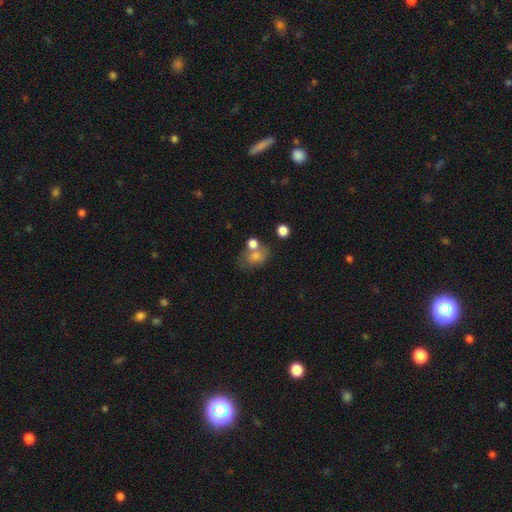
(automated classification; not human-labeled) Smooth or featured? Predicted: smooth (p=0.67). How rounded? Predicted: in between (p=0.66). Merging? Predicted: none (p=0.43).